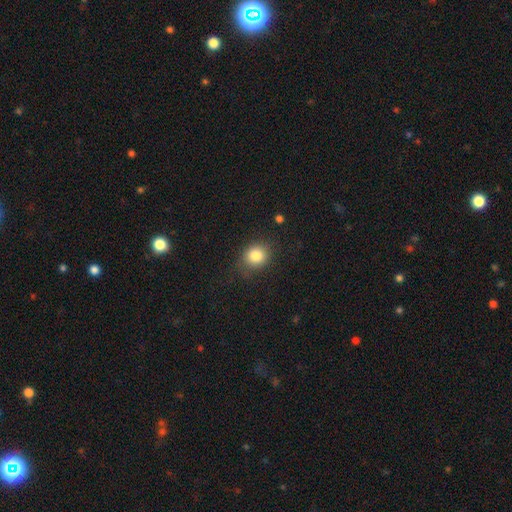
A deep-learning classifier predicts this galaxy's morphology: Smooth or featured: smooth — 83% (star or artifact — 10%)
How rounded: round — 69% (in between — 30%)
Merging: none — 78% (minor disturbance — 15%)